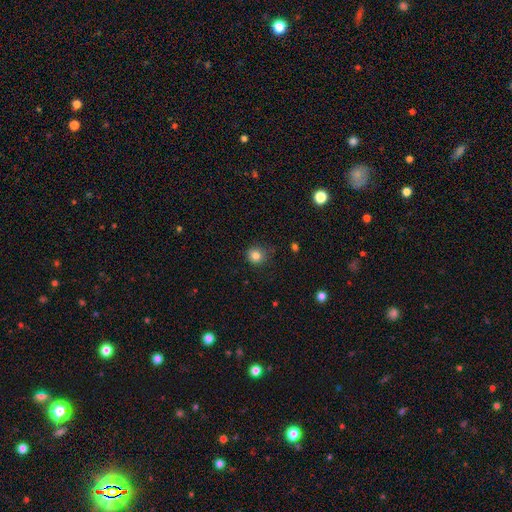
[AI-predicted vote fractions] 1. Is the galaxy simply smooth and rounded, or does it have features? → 82% smooth, 12% star or artifact, 6% featured or disk.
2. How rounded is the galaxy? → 91% round, 8% in between, 1% cigar-shaped.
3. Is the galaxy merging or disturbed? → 78% none, 17% minor disturbance, 4% major disturbance, 1% merger.